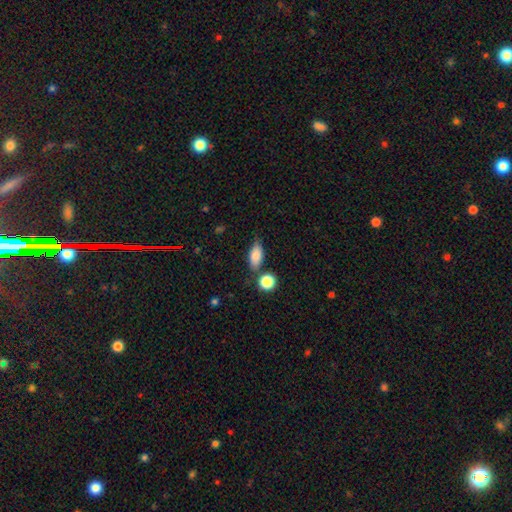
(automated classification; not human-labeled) smooth 83%, featured or disk 10%, star or artifact 8%. Down the decision tree: how rounded — in between (84%); merging — none (67%).